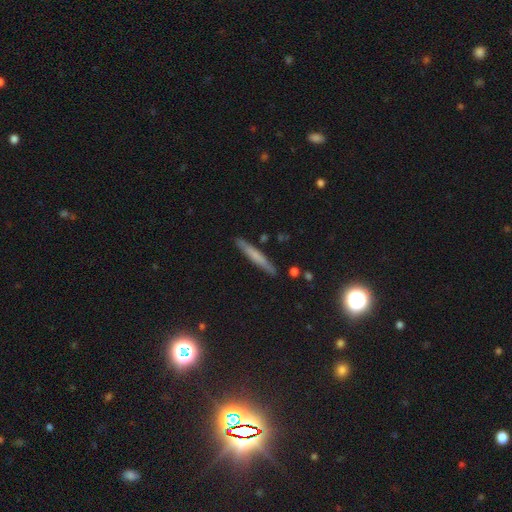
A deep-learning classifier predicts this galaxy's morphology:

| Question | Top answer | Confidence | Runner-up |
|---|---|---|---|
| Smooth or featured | smooth | 57% | featured or disk (34%) |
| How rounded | cigar-shaped | 95% | in between (3%) |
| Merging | none | 88% | minor disturbance (9%) |